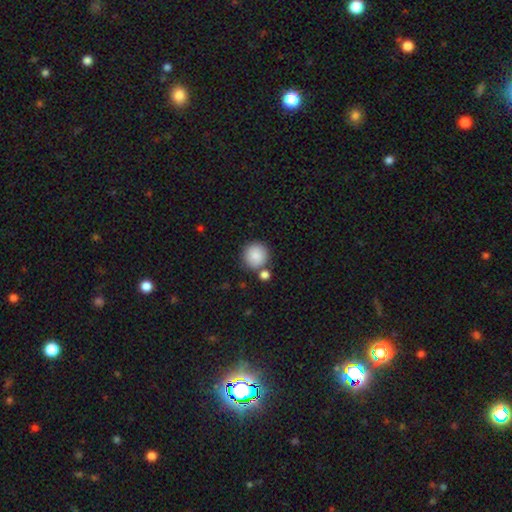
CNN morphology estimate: smooth_or_featured: smooth (p=0.87) [alt: star or artifact p=0.08]
how_rounded: round (p=0.93) [alt: in between p=0.06]
merging: none (p=0.74) [alt: merger p=0.14]